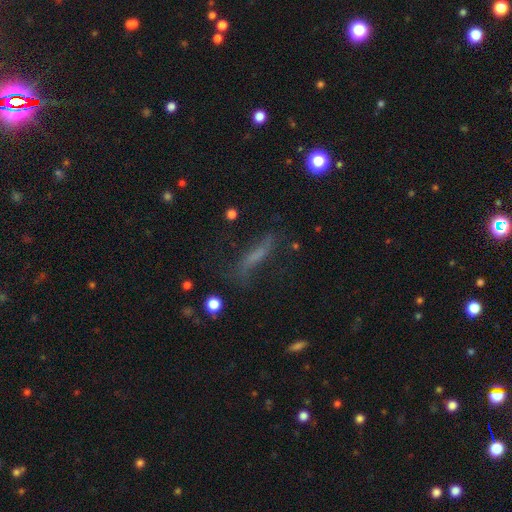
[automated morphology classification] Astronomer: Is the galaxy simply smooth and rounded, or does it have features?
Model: smooth — 47% (runner-up: featured or disk, 34%).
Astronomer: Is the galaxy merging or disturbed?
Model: none — 62%.